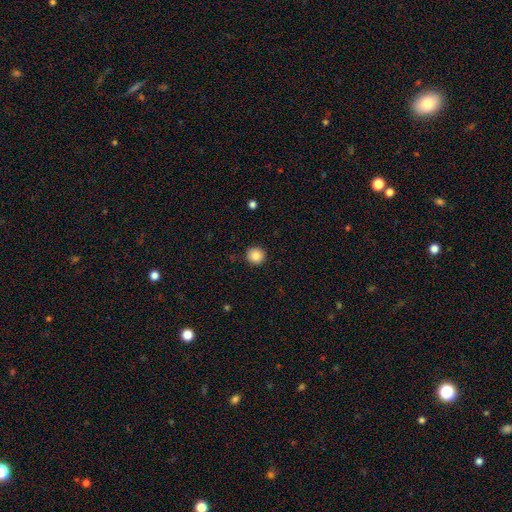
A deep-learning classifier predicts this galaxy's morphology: A smooth galaxy with no disk features (87%) that is round (94%). Merging: none (91%).